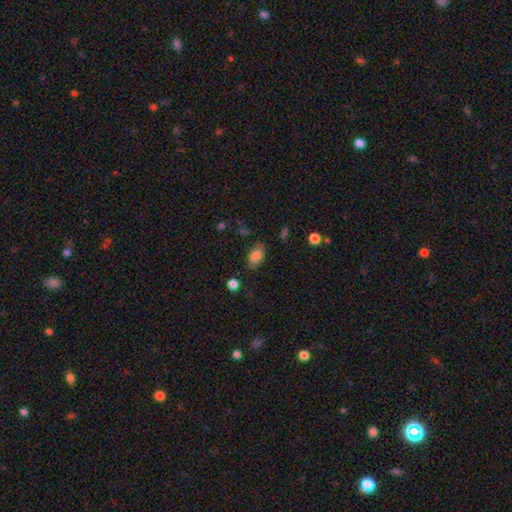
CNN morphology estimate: A smooth galaxy with no disk features (81%) that is in between round and cigar-shaped (89%).

Vote fractions:
- Smooth or featured? smooth: 81% / featured or disk: 10% / star or artifact: 9%
- How rounded? in between: 89% / round: 9% / cigar-shaped: 2%
- Merging? none: 73% / minor disturbance: 19% / major disturbance: 5% / merger: 2%